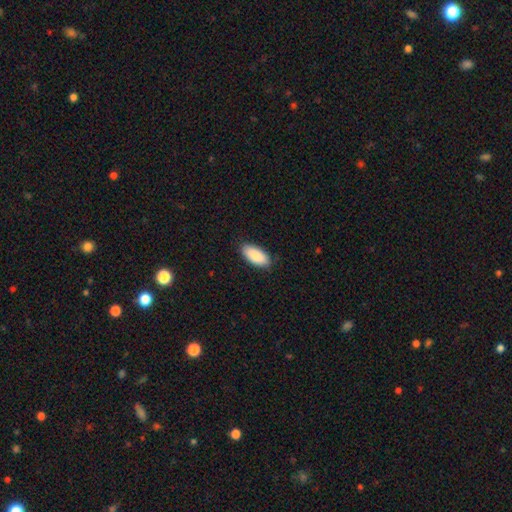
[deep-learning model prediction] This appears to be a smooth galaxy with no disk features (88%) that is in between round and cigar-shaped (90%). Merging: none (87%).